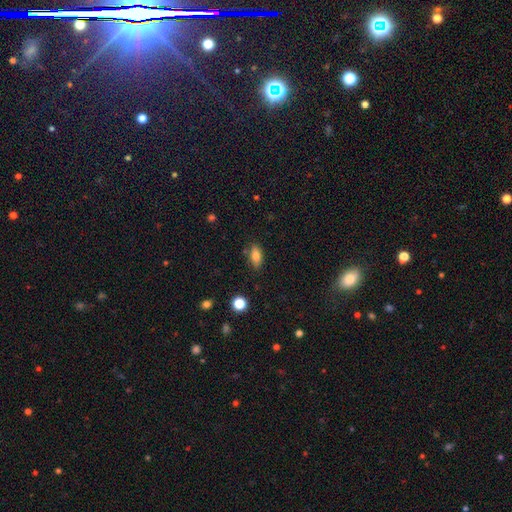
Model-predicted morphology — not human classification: A smooth galaxy with no disk features (79%) that is in between round and cigar-shaped (84%). Merging: none (81%).